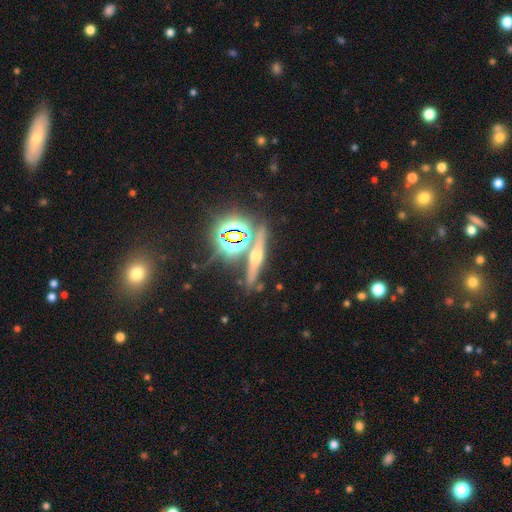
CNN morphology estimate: Q: Smooth or featured?
A: featured or disk (45%); runner-up: star or artifact (34%)
Q: Merging?
A: none (79%); runner-up: minor disturbance (9%)